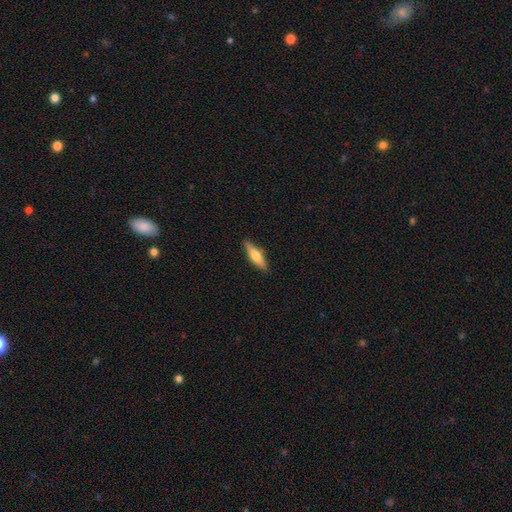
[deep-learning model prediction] Smooth or featured: smooth — 58% (featured or disk — 36%)
How rounded: cigar-shaped — 69% (in between — 29%)
Merging: none — 88% (minor disturbance — 9%)